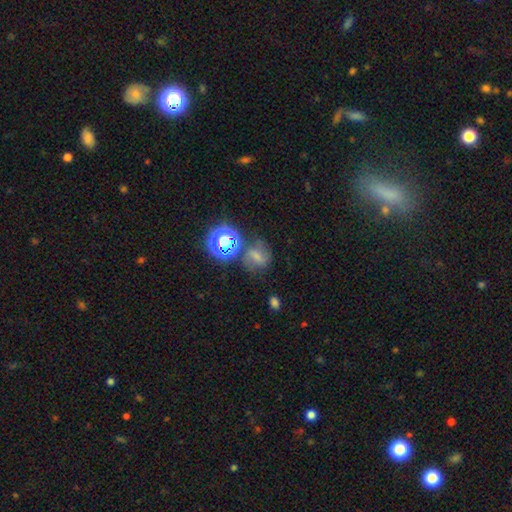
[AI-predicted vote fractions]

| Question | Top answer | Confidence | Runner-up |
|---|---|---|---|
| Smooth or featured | smooth | 45% | star or artifact (28%) |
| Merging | none | 55% | minor disturbance (20%) |